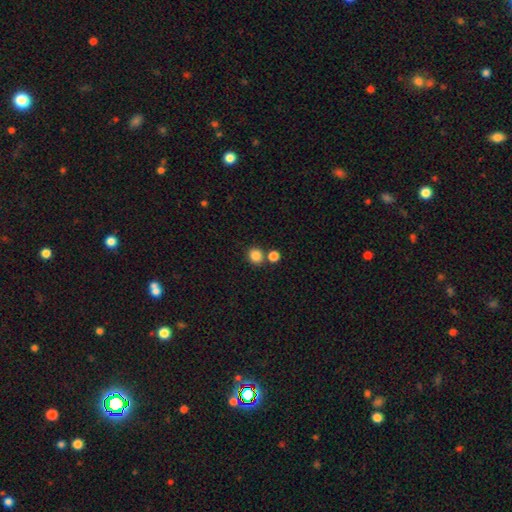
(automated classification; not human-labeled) smooth_or_featured: smooth (p=0.84) [alt: star or artifact p=0.11]
how_rounded: round (p=0.84) [alt: in between p=0.15]
merging: none (p=0.73) [alt: merger p=0.18]